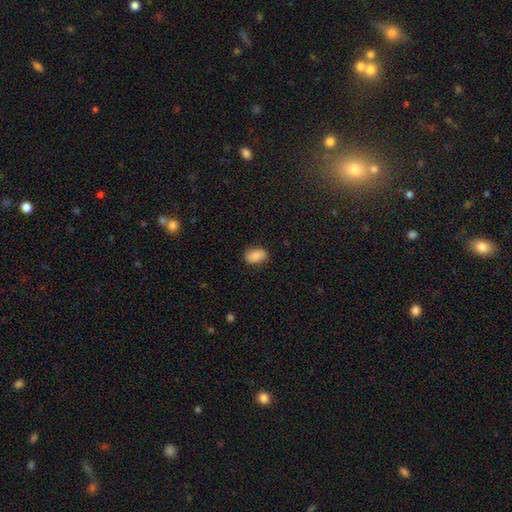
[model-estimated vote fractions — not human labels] smooth_or_featured: smooth (p=0.82) [alt: featured or disk p=0.10]
how_rounded: in between (p=0.84) [alt: round p=0.15]
merging: none (p=0.82) [alt: minor disturbance p=0.14]